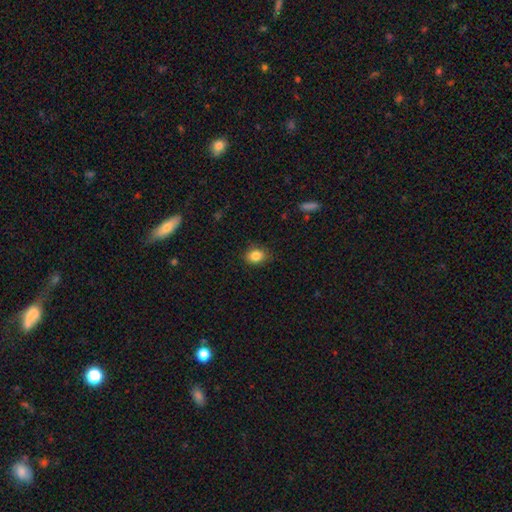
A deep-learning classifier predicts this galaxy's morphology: smooth 86%, star or artifact 9%, featured or disk 5%. Down the decision tree: how rounded — in between (52%); merging — none (82%).